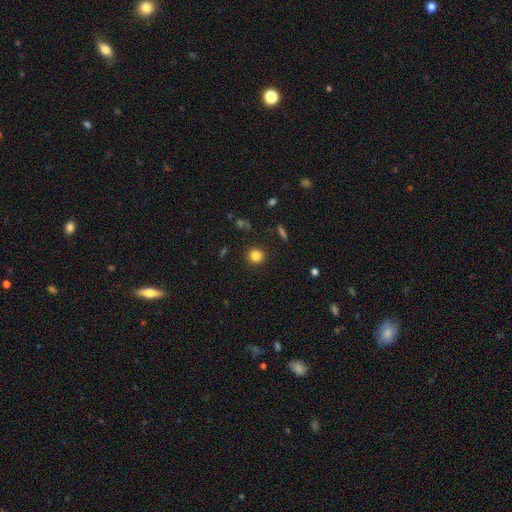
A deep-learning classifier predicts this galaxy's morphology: Smooth or featured? smooth (83%)
How rounded? round (92%)
Merging? none (91%)